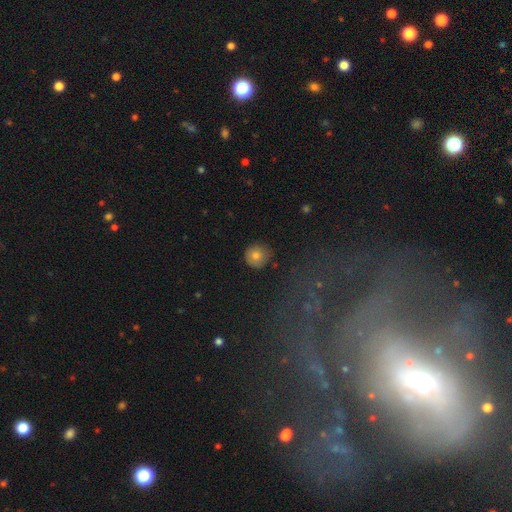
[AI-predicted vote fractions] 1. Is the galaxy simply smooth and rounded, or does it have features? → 76% smooth, 14% featured or disk, 10% star or artifact.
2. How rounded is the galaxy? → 94% round, 5% in between, 1% cigar-shaped.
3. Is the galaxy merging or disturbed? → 84% none, 12% minor disturbance, 3% major disturbance, 1% merger.